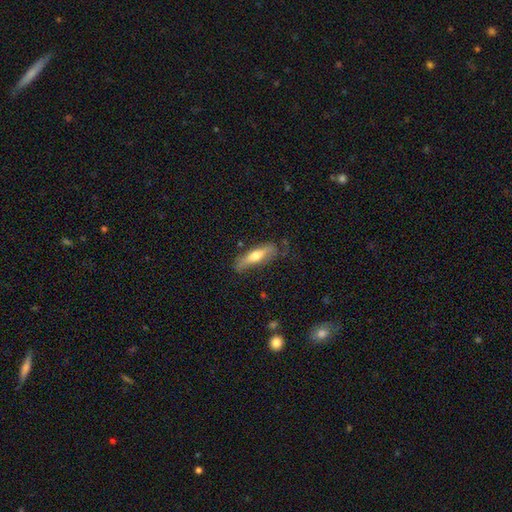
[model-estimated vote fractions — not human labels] Smooth or featured?
  - smooth: 54% *
  - featured or disk: 41%
  - star or artifact: 6%
How rounded?
  - cigar-shaped: 68% *
  - in between: 30%
  - round: 2%
Merging?
  - none: 68% *
  - minor disturbance: 23%
  - major disturbance: 7%
  - merger: 2%